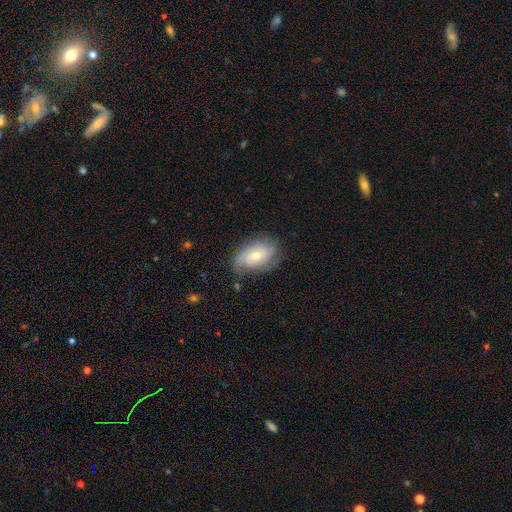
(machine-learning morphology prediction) Smooth or featured? featured or disk (61%)
Edge-on disk? no (95%)
Bar? no (65%)
Spiral arms? yes (87%)
Spiral winding? tight (43%)
Spiral arm count? 2 (35%)
Bulge size? moderate (50%)
Merging? none (68%)